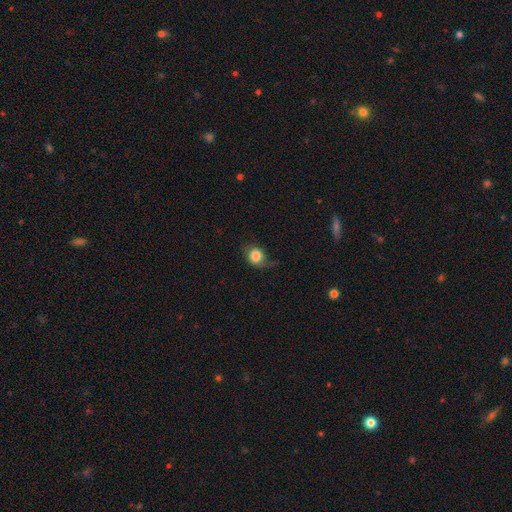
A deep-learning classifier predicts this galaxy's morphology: smooth_or_featured: smooth (p=0.81) [alt: star or artifact p=0.10]
how_rounded: round (p=0.69) [alt: in between p=0.30]
merging: none (p=0.57) [alt: minor disturbance p=0.29]